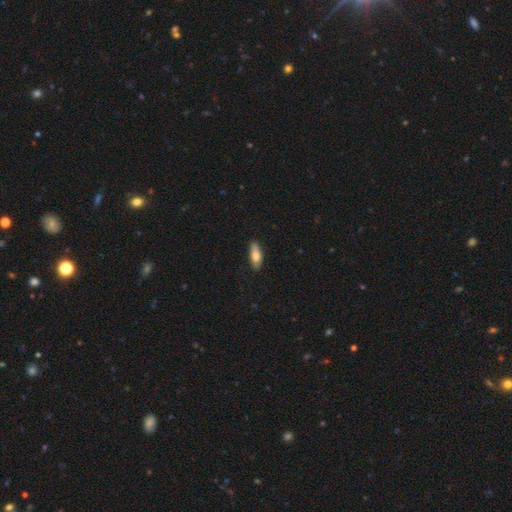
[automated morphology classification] A smooth galaxy with no disk features (74%) that is in between round and cigar-shaped (71%).

Vote fractions:
- Smooth or featured? smooth: 74% / featured or disk: 20% / star or artifact: 6%
- How rounded? in between: 71% / cigar-shaped: 27% / round: 2%
- Merging? none: 82% / minor disturbance: 14% / major disturbance: 2% / merger: 1%